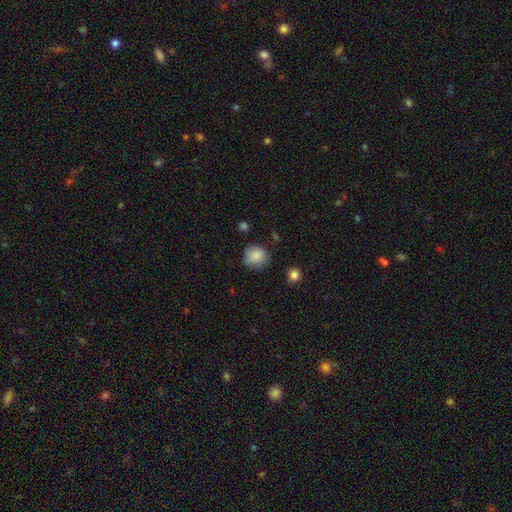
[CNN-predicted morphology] type=smooth (86%); roundness=round (83%); merging=none (73%).